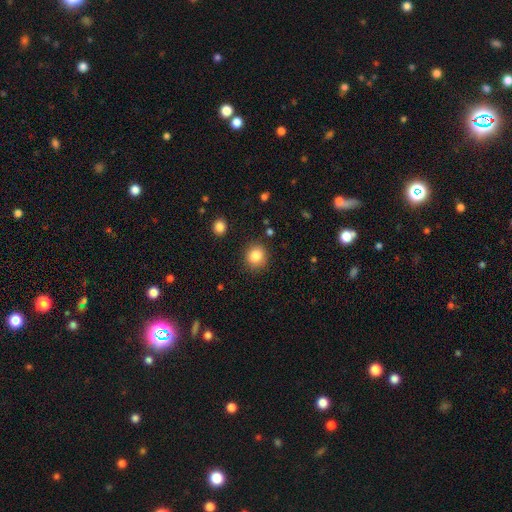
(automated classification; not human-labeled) Smooth or featured? Predicted: smooth (p=0.85). How rounded? Predicted: round (p=0.85). Merging? Predicted: none (p=0.88).